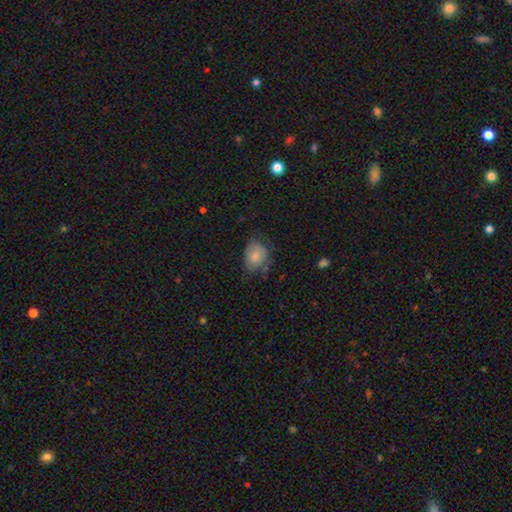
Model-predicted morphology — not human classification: Smooth or featured: smooth — 79% (featured or disk — 13%)
How rounded: in between — 63% (round — 36%)
Merging: none — 53% (minor disturbance — 32%)